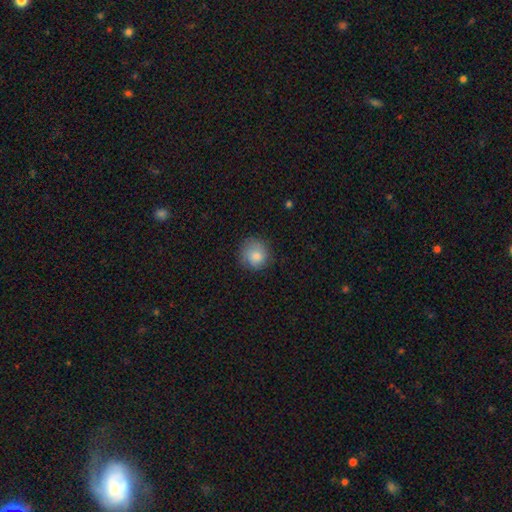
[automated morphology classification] A smooth galaxy with no disk features (82%) that is round (87%).

Vote fractions:
- Smooth or featured? smooth: 82% / featured or disk: 10% / star or artifact: 8%
- How rounded? round: 87% / in between: 12% / cigar-shaped: 1%
- Merging? none: 76% / minor disturbance: 18% / major disturbance: 5% / merger: 1%